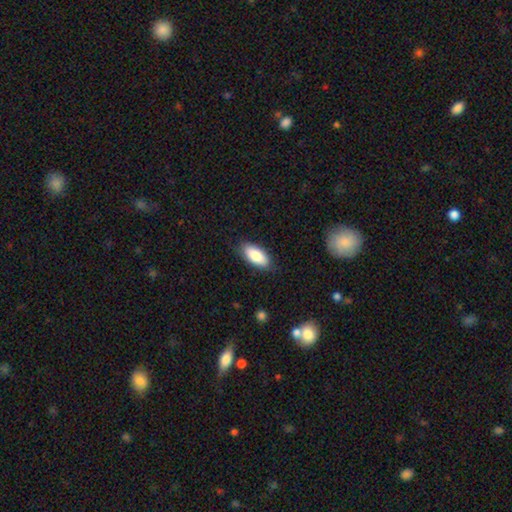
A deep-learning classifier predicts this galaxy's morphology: Smooth or featured: smooth — 84% (featured or disk — 10%)
How rounded: in between — 88% (cigar-shaped — 10%)
Merging: none — 84% (minor disturbance — 12%)